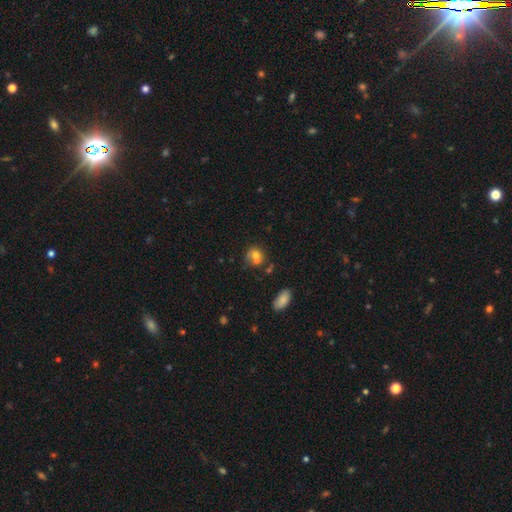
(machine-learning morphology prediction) smooth_or_featured: smooth (p=0.70) [alt: featured or disk p=0.19]
how_rounded: round (p=0.71) [alt: in between p=0.28]
merging: none (p=0.47) [alt: merger p=0.26]